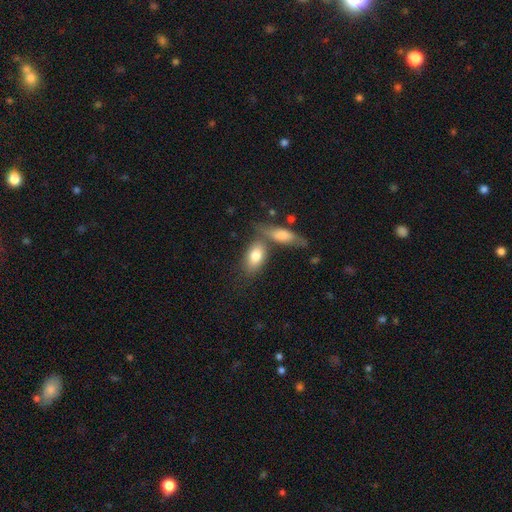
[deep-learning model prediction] Smooth or featured? smooth (78%)
How rounded? in between (86%)
Merging? none (50%)